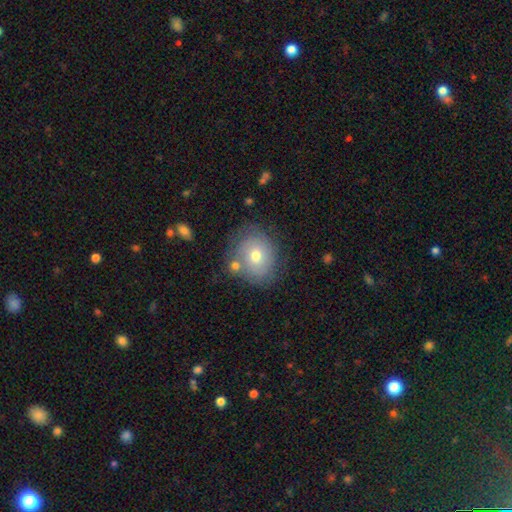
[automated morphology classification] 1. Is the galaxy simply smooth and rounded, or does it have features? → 59% smooth, 31% featured or disk, 10% star or artifact.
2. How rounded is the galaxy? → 72% round, 28% in between, 1% cigar-shaped.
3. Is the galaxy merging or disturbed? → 65% none, 18% minor disturbance, 10% merger, 7% major disturbance.